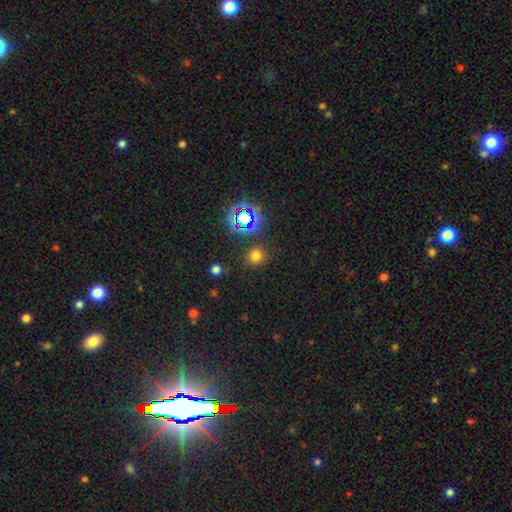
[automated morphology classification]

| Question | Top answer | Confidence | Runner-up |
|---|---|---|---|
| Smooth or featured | smooth | 67% | star or artifact (27%) |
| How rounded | round | 89% | in between (10%) |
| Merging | none | 85% | minor disturbance (9%) |